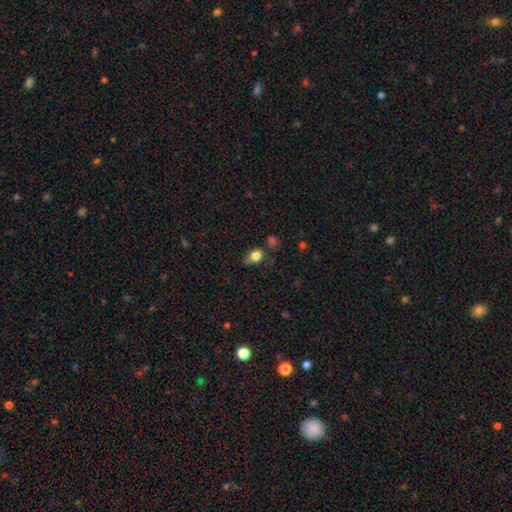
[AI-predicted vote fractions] Q: Smooth or featured?
A: smooth (81%); runner-up: star or artifact (10%)
Q: How rounded?
A: in between (67%); runner-up: round (32%)
Q: Merging?
A: none (53%); runner-up: minor disturbance (30%)